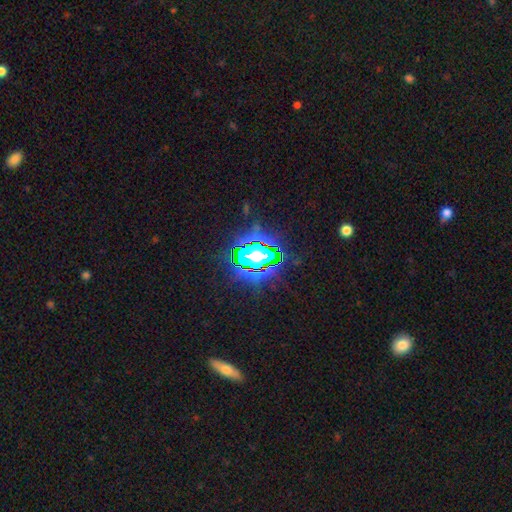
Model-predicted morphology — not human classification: type=star or artifact (70%).